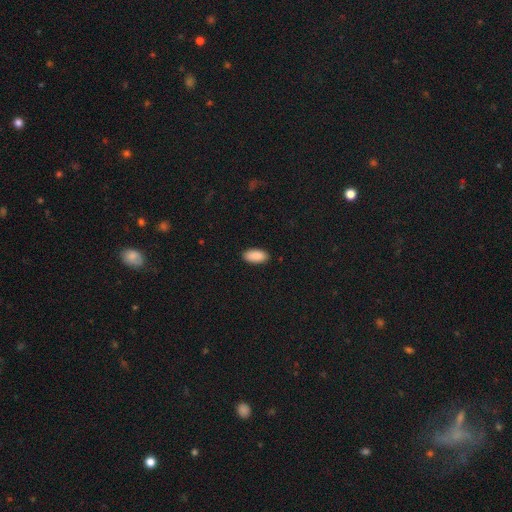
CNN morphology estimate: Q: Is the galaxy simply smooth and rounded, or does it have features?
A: smooth — 91%.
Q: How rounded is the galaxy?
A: in between — 94%.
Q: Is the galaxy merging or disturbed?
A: none — 90%.